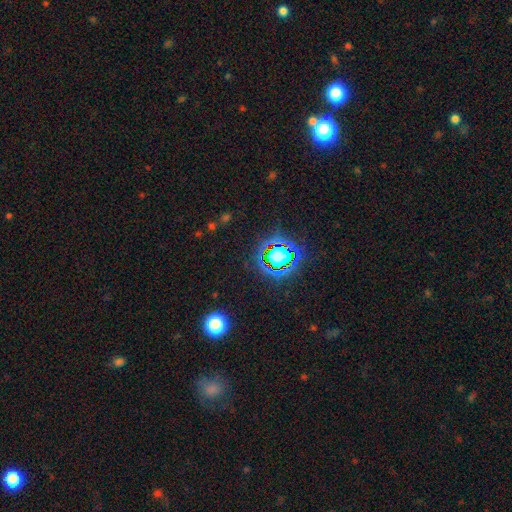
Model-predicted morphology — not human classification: This appears to be a star or artifact, not a galaxy (79%).